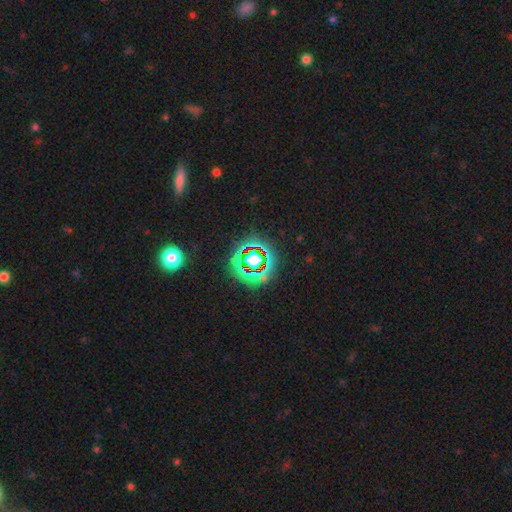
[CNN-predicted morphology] Smooth or featured? Predicted: star or artifact (p=0.66).